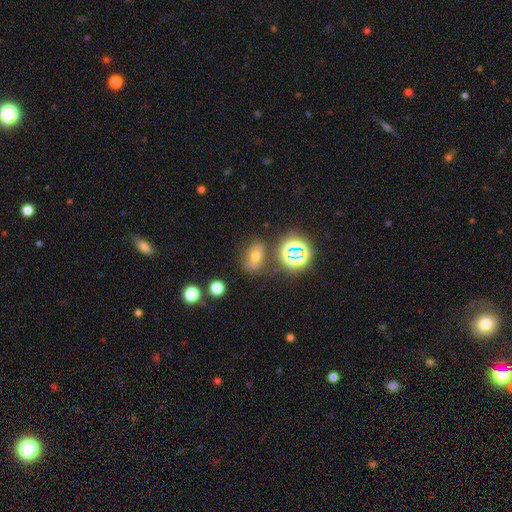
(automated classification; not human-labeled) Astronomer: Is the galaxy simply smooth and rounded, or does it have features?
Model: smooth — 49% (runner-up: star or artifact, 27%).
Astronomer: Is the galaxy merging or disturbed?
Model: none — 68%.